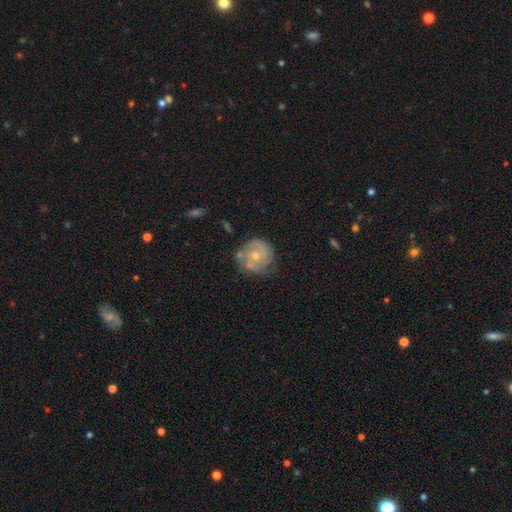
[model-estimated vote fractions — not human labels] A featured or disk galaxy (75%) with no bar (74%), 2 (34%) tight (56%) spiral arms (89%) and a small central bulge (54%). Merging: none (67%).